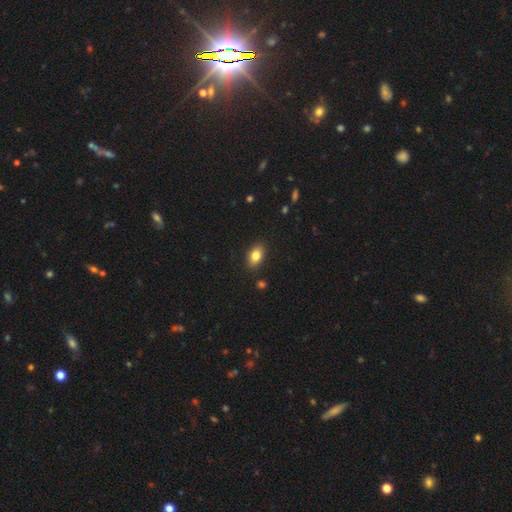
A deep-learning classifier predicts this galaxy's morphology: Smooth or featured? Predicted: smooth (p=0.82). How rounded? Predicted: in between (p=0.86). Merging? Predicted: none (p=0.87).